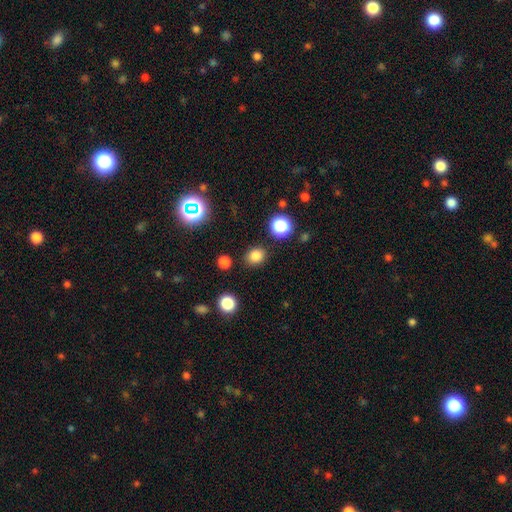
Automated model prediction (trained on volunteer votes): A smooth galaxy with no disk features (81%) that is round (64%). Merging: none (86%).